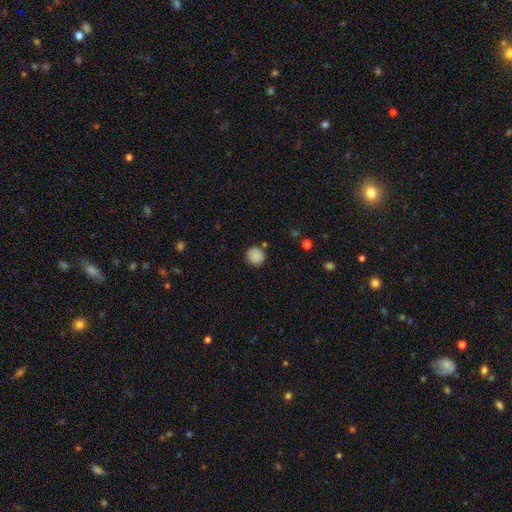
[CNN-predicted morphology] Smooth or featured: smooth — 87% (star or artifact — 9%)
How rounded: round — 92% (in between — 7%)
Merging: none — 84% (minor disturbance — 10%)